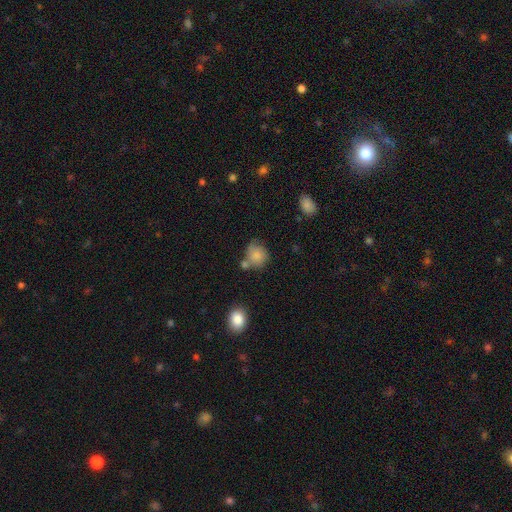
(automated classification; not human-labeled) This is likely a smooth galaxy (78%). How rounded: likely round (77%). Merging: possibly none (50%).